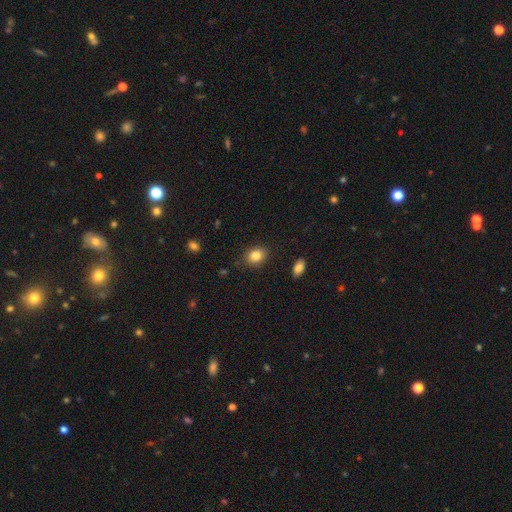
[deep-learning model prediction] Smooth or featured?
  - smooth: 84% *
  - star or artifact: 9%
  - featured or disk: 7%
How rounded?
  - in between: 59% *
  - round: 40%
  - cigar-shaped: 1%
Merging?
  - none: 85% *
  - minor disturbance: 11%
  - major disturbance: 3%
  - merger: 2%